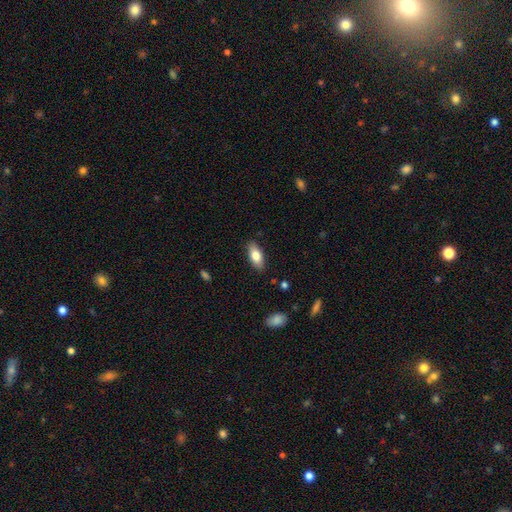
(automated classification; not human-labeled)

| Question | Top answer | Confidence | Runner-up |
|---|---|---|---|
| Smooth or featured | smooth | 80% | featured or disk (14%) |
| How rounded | in between | 86% | cigar-shaped (11%) |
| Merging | none | 86% | minor disturbance (10%) |